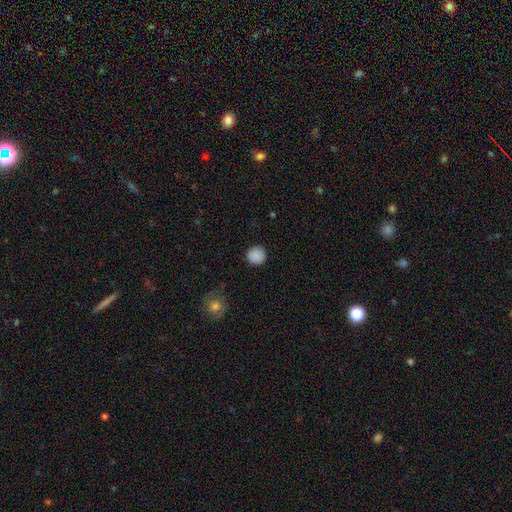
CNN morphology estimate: smooth_or_featured: smooth (p=0.88) [alt: star or artifact p=0.09]
how_rounded: round (p=0.94) [alt: in between p=0.05]
merging: none (p=0.89) [alt: minor disturbance p=0.07]